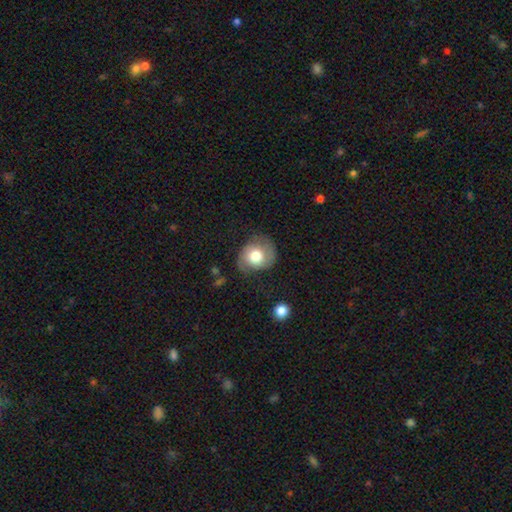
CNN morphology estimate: Smooth or featured?
  - smooth: 60% *
  - featured or disk: 33%
  - star or artifact: 7%
How rounded?
  - round: 70% *
  - in between: 29%
  - cigar-shaped: 1%
Merging?
  - none: 61% *
  - minor disturbance: 25%
  - major disturbance: 12%
  - merger: 2%